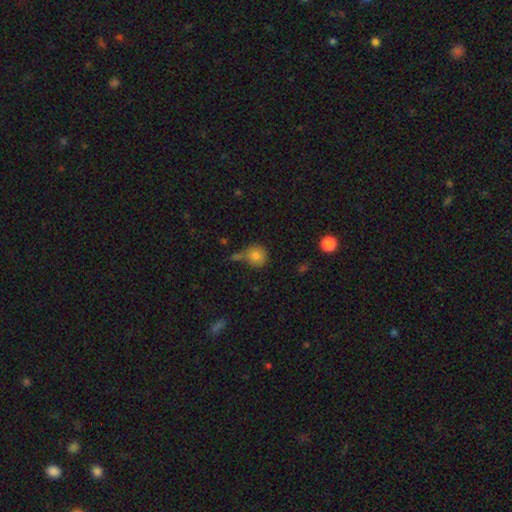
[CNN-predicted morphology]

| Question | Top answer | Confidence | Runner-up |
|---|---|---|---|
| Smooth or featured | smooth | 79% | star or artifact (11%) |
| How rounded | round | 90% | in between (9%) |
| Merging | none | 61% | merger (20%) |